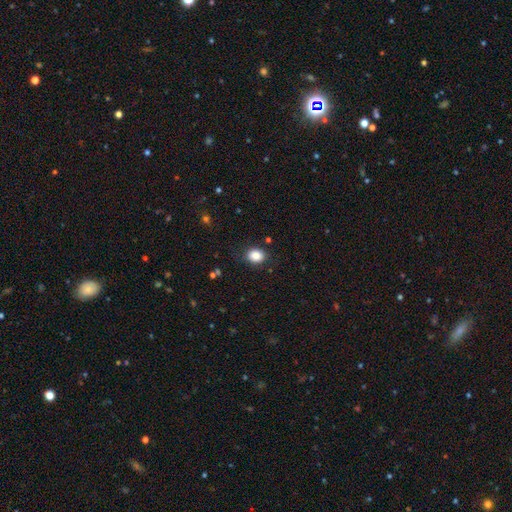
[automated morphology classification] Smooth or featured?
  - smooth: 86% *
  - star or artifact: 9%
  - featured or disk: 4%
How rounded?
  - in between: 52% *
  - round: 47%
  - cigar-shaped: 1%
Merging?
  - none: 85% *
  - minor disturbance: 10%
  - major disturbance: 3%
  - merger: 1%